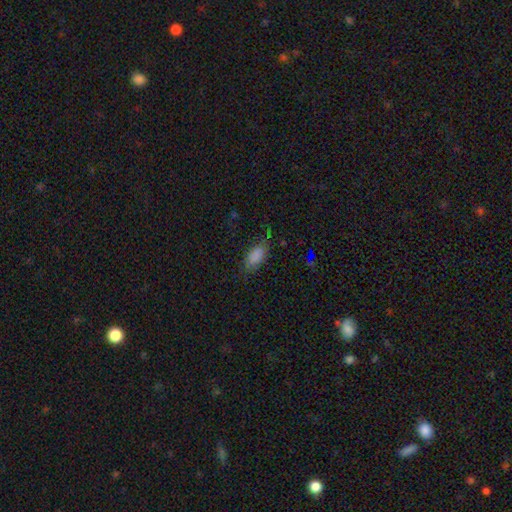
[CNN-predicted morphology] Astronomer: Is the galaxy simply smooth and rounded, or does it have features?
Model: smooth — 81%.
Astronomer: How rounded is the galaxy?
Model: in between — 89%.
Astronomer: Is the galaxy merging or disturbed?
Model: none — 62%.